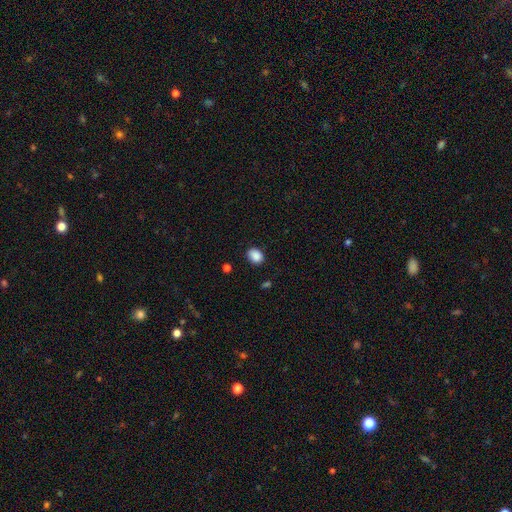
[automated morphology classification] A smooth galaxy with no disk features (88%) that is in between round and cigar-shaped (58%). Merging: none (84%).